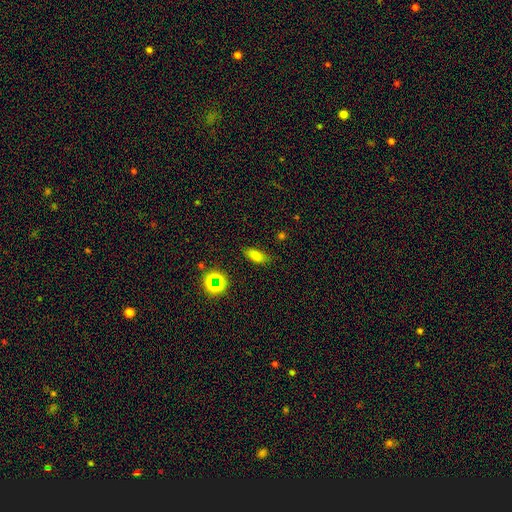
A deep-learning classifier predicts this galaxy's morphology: Q: Smooth or featured?
A: smooth (74%); runner-up: star or artifact (15%)
Q: How rounded?
A: in between (78%); runner-up: cigar-shaped (15%)
Q: Merging?
A: none (80%); runner-up: minor disturbance (15%)